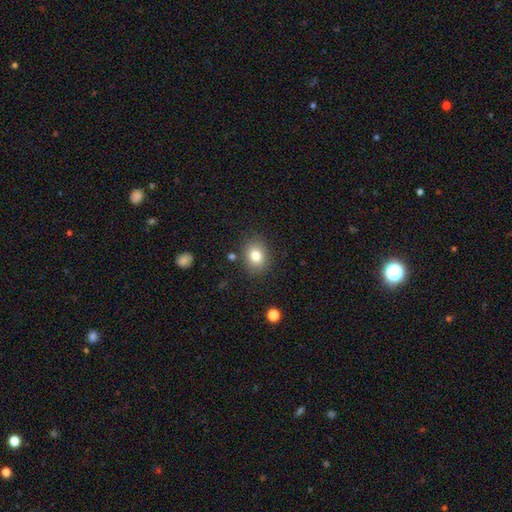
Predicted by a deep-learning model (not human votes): smooth_or_featured: smooth (p=0.81) [alt: star or artifact p=0.10]
how_rounded: round (p=0.52) [alt: in between p=0.47]
merging: none (p=0.84) [alt: minor disturbance p=0.10]